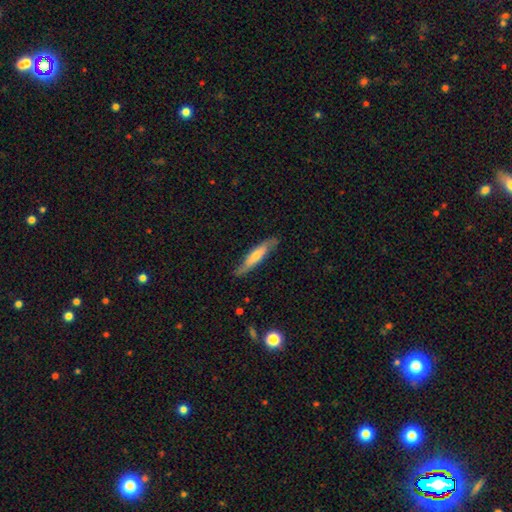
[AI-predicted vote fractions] This appears to be a smooth galaxy with no disk features (47%, tied with featured or disk). Merging: none (79%).